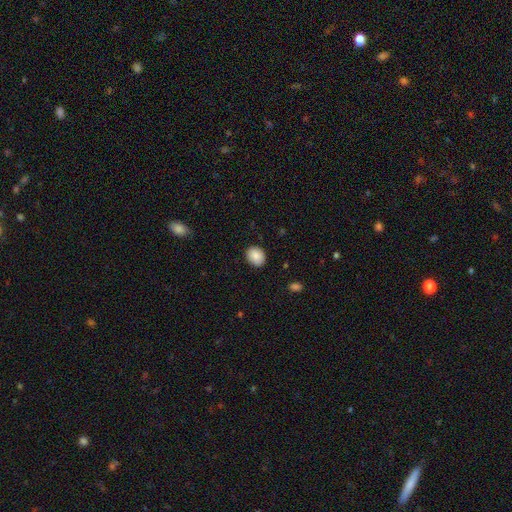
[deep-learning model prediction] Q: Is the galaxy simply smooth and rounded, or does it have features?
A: smooth — 87%.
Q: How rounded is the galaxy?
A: round — 55%.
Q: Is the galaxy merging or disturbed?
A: none — 88%.